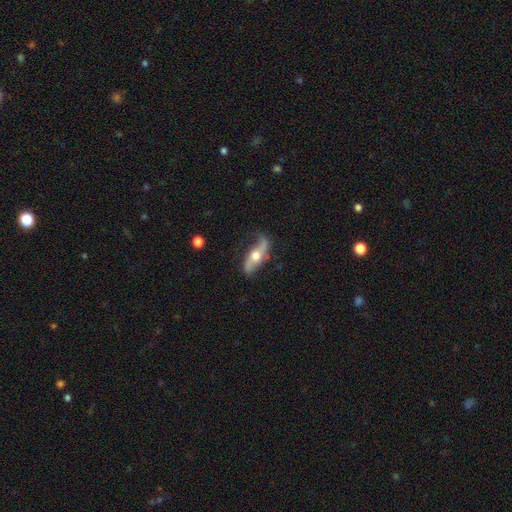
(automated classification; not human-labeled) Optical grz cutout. It shows a featured or disk galaxy (73%) with no bar (62%), spiral arms (87%) and a moderate central bulge (70%). Merging: none (66%).